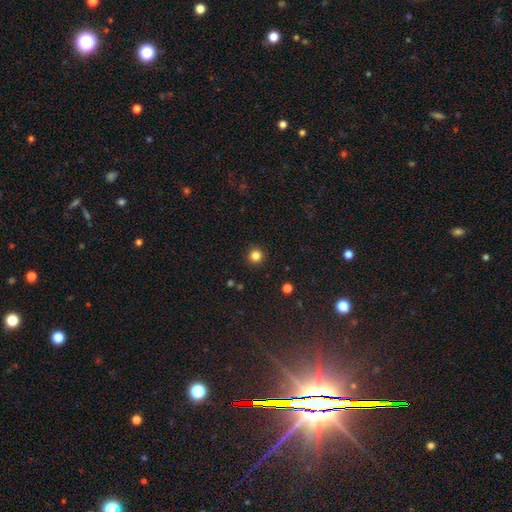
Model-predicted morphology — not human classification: smooth-or-featured: smooth: 84% | star or artifact: 13% | featured or disk: 4%
  how-rounded: round: 95% | in between: 4% | cigar-shaped: 1%
  merging: none: 92% | minor disturbance: 5% | major disturbance: 2% | merger: 1%